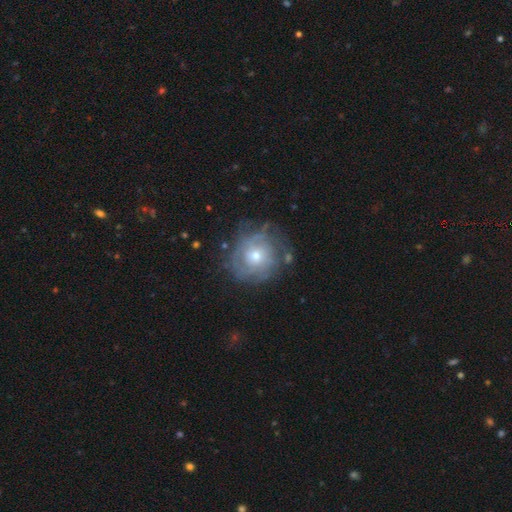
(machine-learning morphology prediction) Overall: featured or disk (70%). Edge-on disk: no (97%). Bar: no (81%). Spiral arms: yes (80%). Spiral arm count: can't tell (54%; 2 16%). Spiral winding: tight (67%). Bulge size: moderate (51%; small 44%). Merging: none (68%).